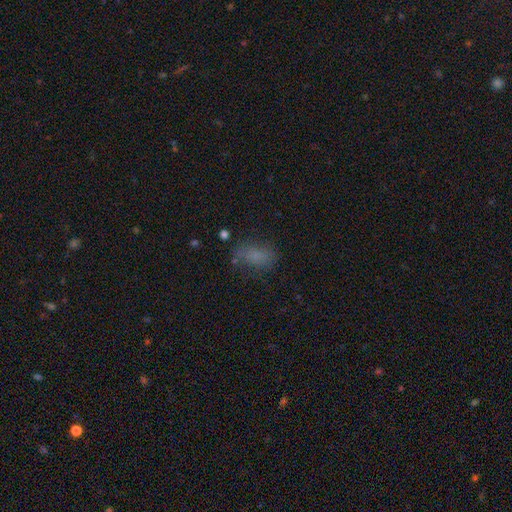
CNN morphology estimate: Smooth or featured? Predicted: smooth (p=0.70). How rounded? Predicted: in between (p=0.86). Merging? Predicted: none (p=0.58).